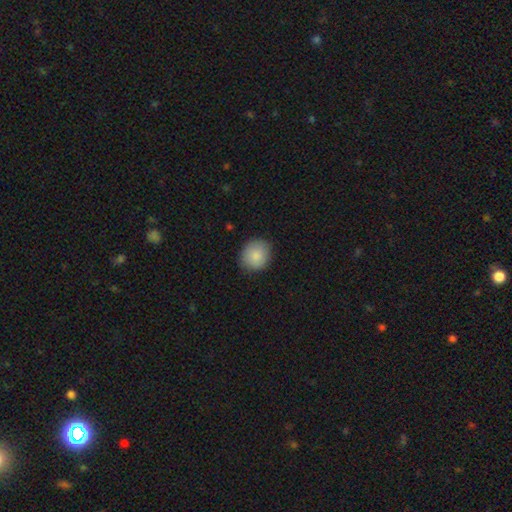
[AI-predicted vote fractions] Smooth or featured? Predicted: smooth (p=0.87). How rounded? Predicted: round (p=0.79). Merging? Predicted: none (p=0.85).